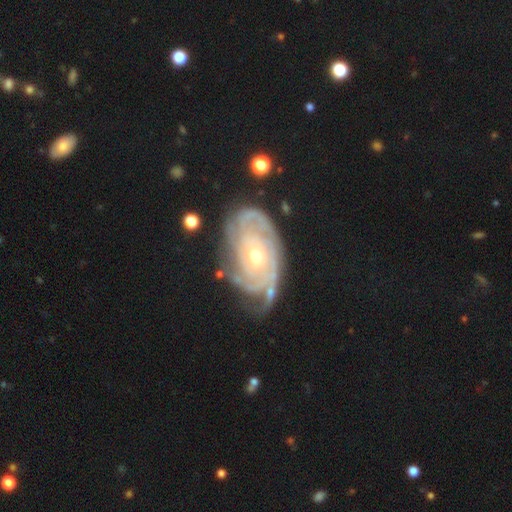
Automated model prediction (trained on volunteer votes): Smooth or featured?
  - featured or disk: 88% *
  - smooth: 7%
  - star or artifact: 5%
Edge-on disk?
  - no: 96% *
  - yes: 4%
Bar?
  - no: 75% *
  - weak: 19%
  - strong: 6%
Spiral arms?
  - yes: 96% *
  - no: 4%
Spiral winding?
  - tight: 77% *
  - medium: 19%
  - loose: 4%
Spiral arm count?
  - can't tell: 34% *
  - 3: 21%
  - 2: 17%
  - 4: 15%
  - more than 4: 8%
  - 1: 6%
Bulge size?
  - small: 52% *
  - moderate: 45%
  - large: 2%
  - none: 1%
  - dominant: 1%
Merging?
  - none: 62% *
  - minor disturbance: 24%
  - major disturbance: 11%
  - merger: 3%